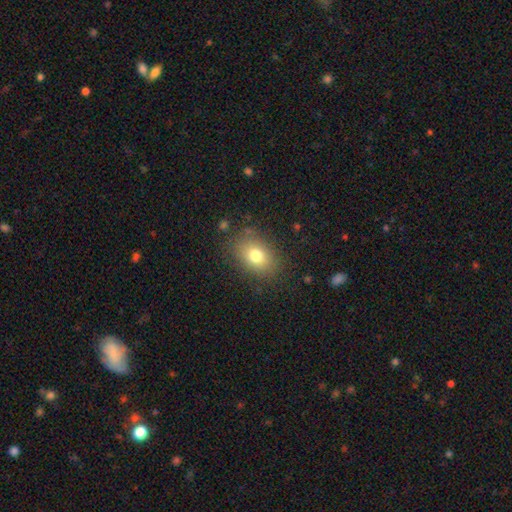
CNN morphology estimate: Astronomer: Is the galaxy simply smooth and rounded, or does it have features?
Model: smooth — 77%.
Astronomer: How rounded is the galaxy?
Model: in between — 72%.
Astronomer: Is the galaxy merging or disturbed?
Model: none — 83%.